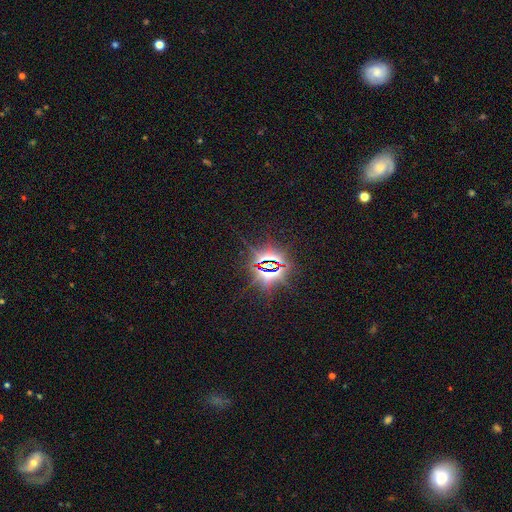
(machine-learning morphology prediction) star or artifact 85%, smooth 8%, featured or disk 7%.